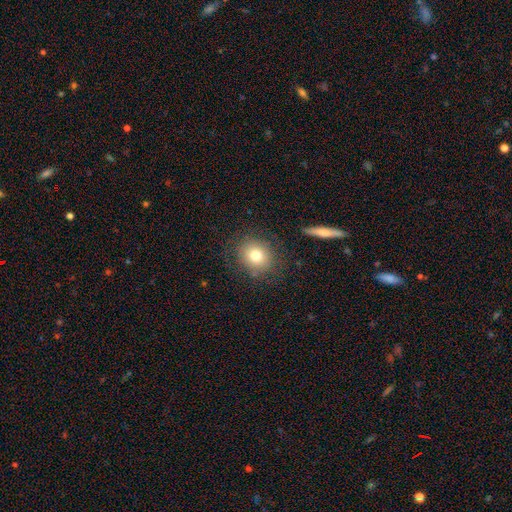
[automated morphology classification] Q: Smooth or featured?
A: smooth (77%); runner-up: star or artifact (12%)
Q: How rounded?
A: round (79%); runner-up: in between (20%)
Q: Merging?
A: none (84%); runner-up: minor disturbance (10%)